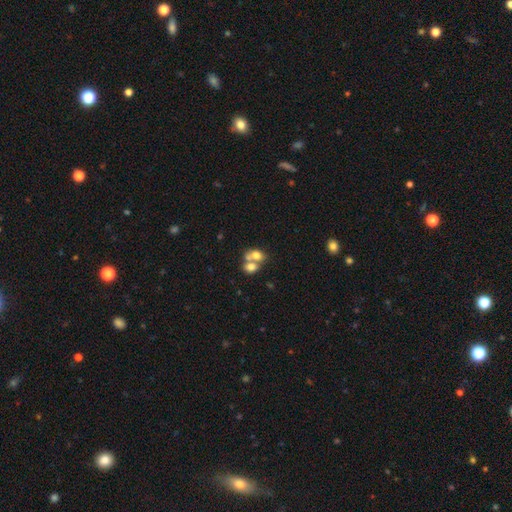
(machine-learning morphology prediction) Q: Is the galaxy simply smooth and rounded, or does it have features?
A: smooth — 70%.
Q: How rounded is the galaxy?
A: in between — 70%.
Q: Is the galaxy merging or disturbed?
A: merger — 67%.